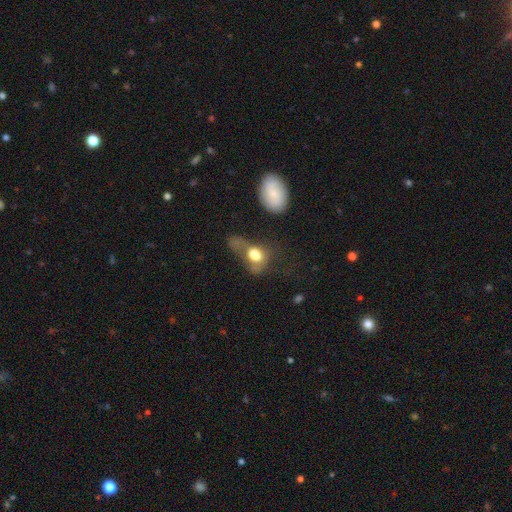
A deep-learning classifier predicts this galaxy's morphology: This is likely a smooth galaxy (64%). How rounded: likely in between (67%). Merging: possibly major disturbance (48%).